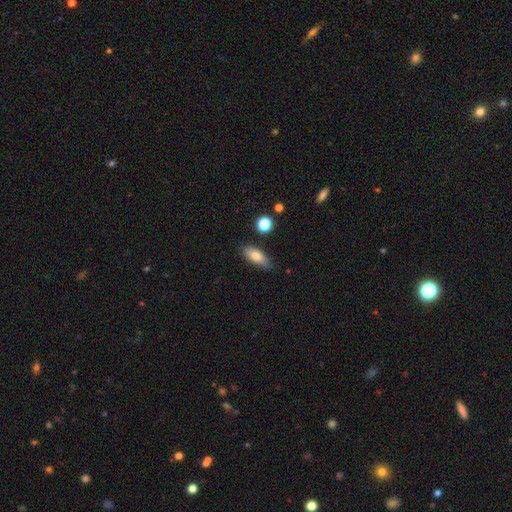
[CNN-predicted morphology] This appears to be a smooth galaxy with no disk features (79%) that is in between round and cigar-shaped (76%). Merging: none (75%).